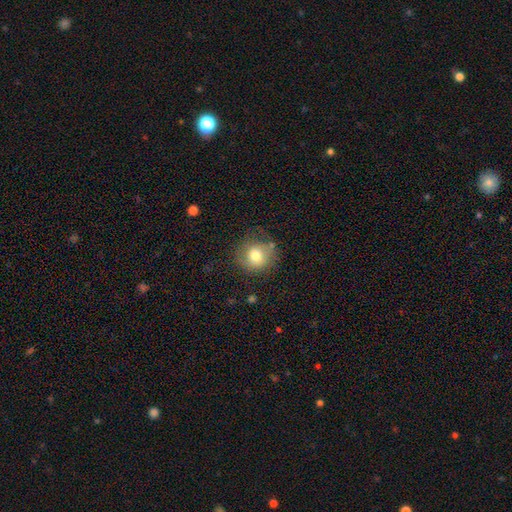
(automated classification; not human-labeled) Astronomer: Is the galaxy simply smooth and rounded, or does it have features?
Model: smooth — 74%.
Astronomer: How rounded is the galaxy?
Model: round — 86%.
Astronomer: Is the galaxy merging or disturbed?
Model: none — 68%.